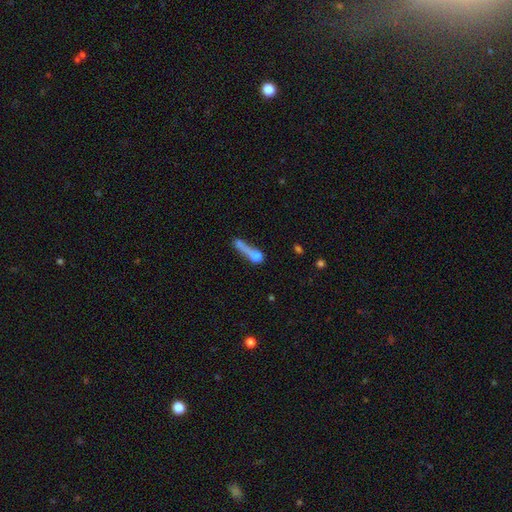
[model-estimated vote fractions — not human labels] Overall: smooth (61%; featured or disk 27%). How rounded: cigar-shaped (48%; round 27%). Merging: merger (33%; major disturbance 27%).